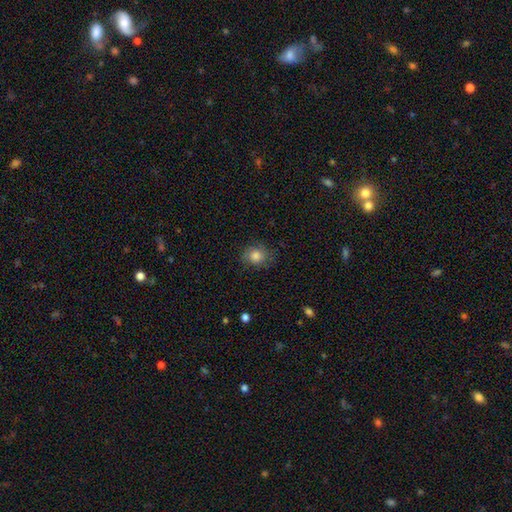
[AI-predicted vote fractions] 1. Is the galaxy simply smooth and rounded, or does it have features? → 79% smooth, 11% featured or disk, 10% star or artifact.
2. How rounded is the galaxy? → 71% round, 28% in between, 1% cigar-shaped.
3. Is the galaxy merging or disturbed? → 74% none, 19% minor disturbance, 6% major disturbance, 1% merger.